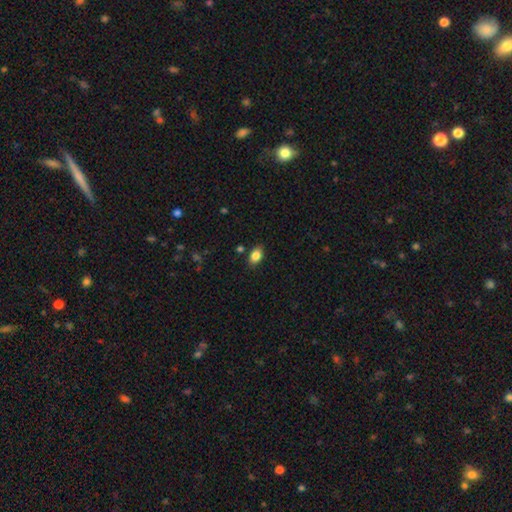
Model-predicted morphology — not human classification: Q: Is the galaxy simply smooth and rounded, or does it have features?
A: smooth — 85%.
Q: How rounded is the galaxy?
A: in between — 86%.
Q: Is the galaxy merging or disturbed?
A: none — 85%.